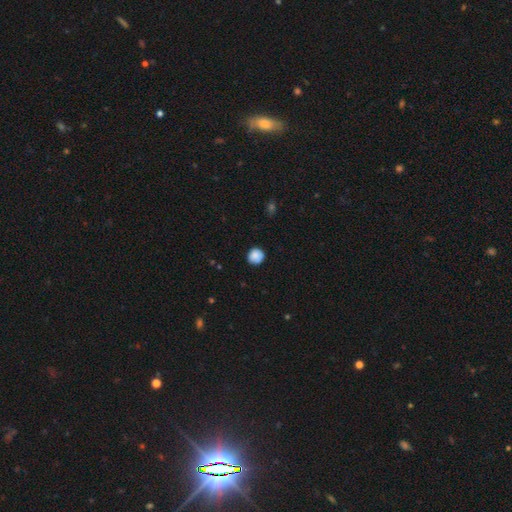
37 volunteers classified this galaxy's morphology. This is clearly a smooth galaxy (89%). How rounded: clearly round (91%). Merging: clearly none (83%).